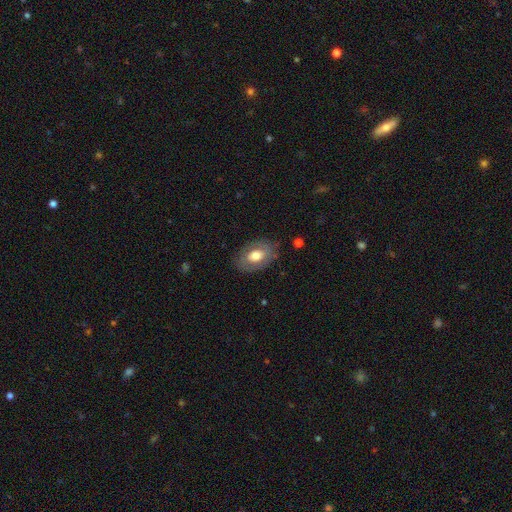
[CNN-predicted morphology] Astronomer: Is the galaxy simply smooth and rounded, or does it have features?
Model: smooth — 52% (runner-up: featured or disk, 42%).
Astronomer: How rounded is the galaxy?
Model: in between — 84%.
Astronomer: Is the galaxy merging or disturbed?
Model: none — 77%.